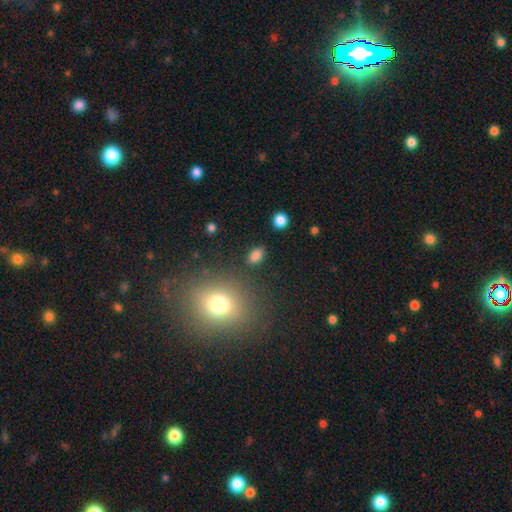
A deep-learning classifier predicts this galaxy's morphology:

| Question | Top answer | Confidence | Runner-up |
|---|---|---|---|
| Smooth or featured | smooth | 83% | star or artifact (12%) |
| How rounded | in between | 85% | round (13%) |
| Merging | none | 85% | minor disturbance (9%) |